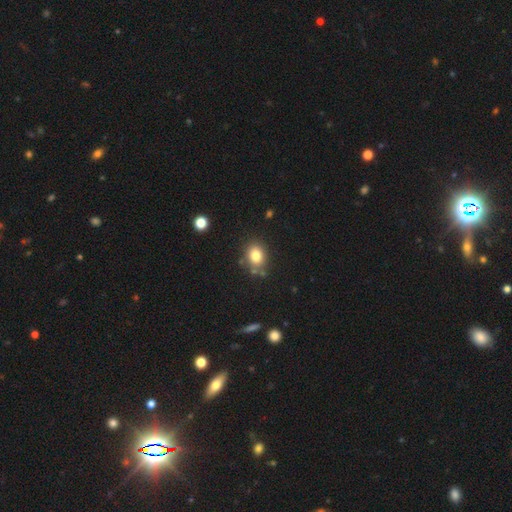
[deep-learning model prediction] smooth 81%, star or artifact 11%, featured or disk 8%. Down the decision tree: how rounded — in between (51%); merging — none (76%).